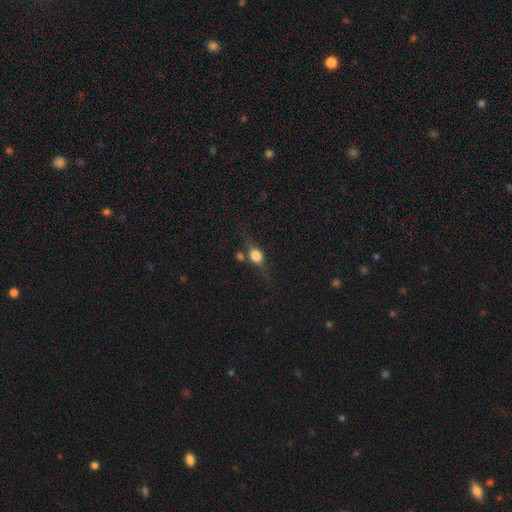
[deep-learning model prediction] smooth_or_featured: smooth (p=0.54) [alt: featured or disk p=0.35]
how_rounded: in between (p=0.50) [alt: round p=0.37]
merging: none (p=0.59) [alt: minor disturbance p=0.21]